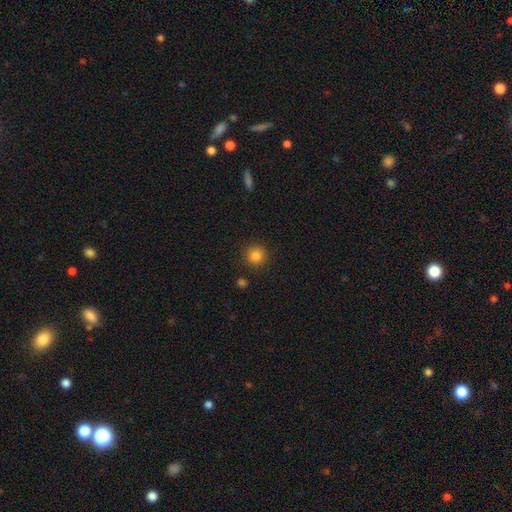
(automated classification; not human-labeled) Overall: smooth (84%). How rounded: round (94%). Merging: none (89%).